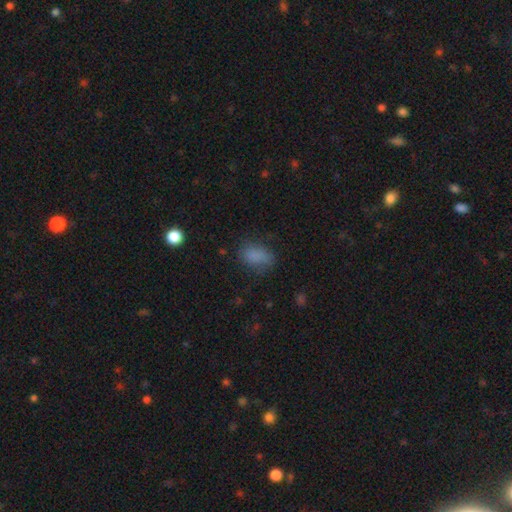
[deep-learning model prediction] A smooth galaxy with no disk features (83%) that is in between round and cigar-shaped (87%).

Vote fractions:
- Smooth or featured? smooth: 83% / star or artifact: 11% / featured or disk: 6%
- How rounded? in between: 87% / round: 10% / cigar-shaped: 3%
- Merging? none: 69% / minor disturbance: 22% / major disturbance: 8% / merger: 2%